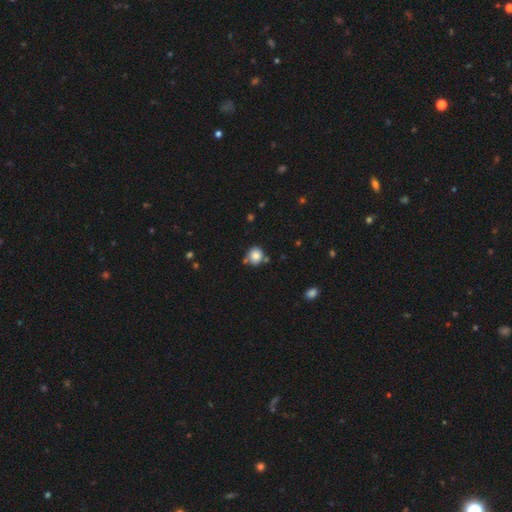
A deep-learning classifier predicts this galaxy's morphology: Smooth or featured?
  - smooth: 80% *
  - star or artifact: 10%
  - featured or disk: 9%
How rounded?
  - round: 85% *
  - in between: 14%
  - cigar-shaped: 1%
Merging?
  - none: 72% *
  - minor disturbance: 14%
  - merger: 11%
  - major disturbance: 3%